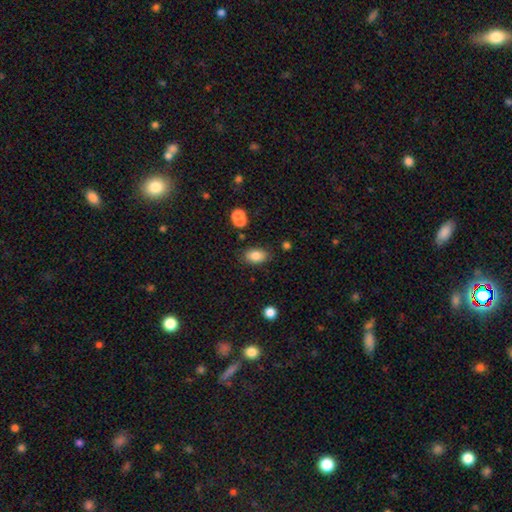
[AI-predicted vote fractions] smooth 84%, star or artifact 9%, featured or disk 7%. Down the decision tree: how rounded — in between (88%); merging — none (79%).